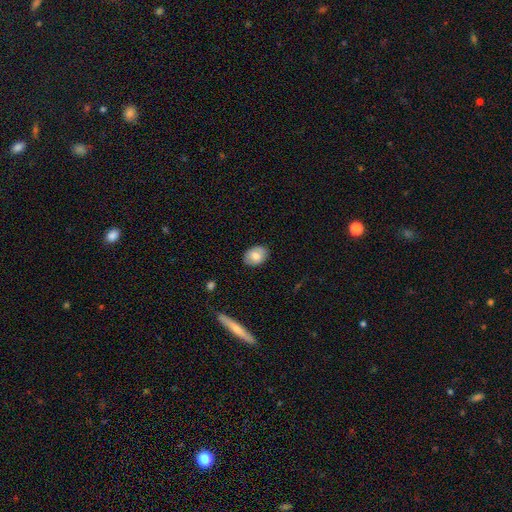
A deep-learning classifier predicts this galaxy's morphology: Smooth or featured? Predicted: smooth (p=0.76). How rounded? Predicted: in between (p=0.79). Merging? Predicted: none (p=0.86).